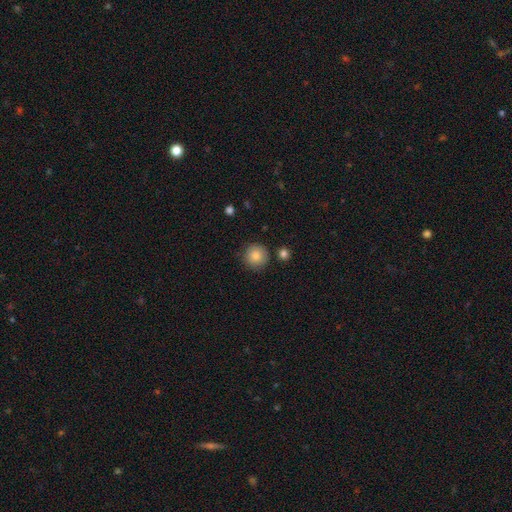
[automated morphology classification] This appears to be a smooth galaxy with no disk features (85%) that is round (94%). Merging: none (87%).